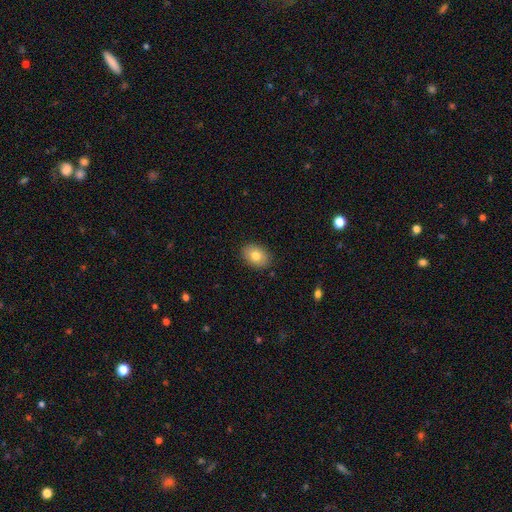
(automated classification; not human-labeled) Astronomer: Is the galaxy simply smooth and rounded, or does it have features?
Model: smooth — 79%.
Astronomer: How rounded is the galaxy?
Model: in between — 78%.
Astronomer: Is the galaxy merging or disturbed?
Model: none — 88%.